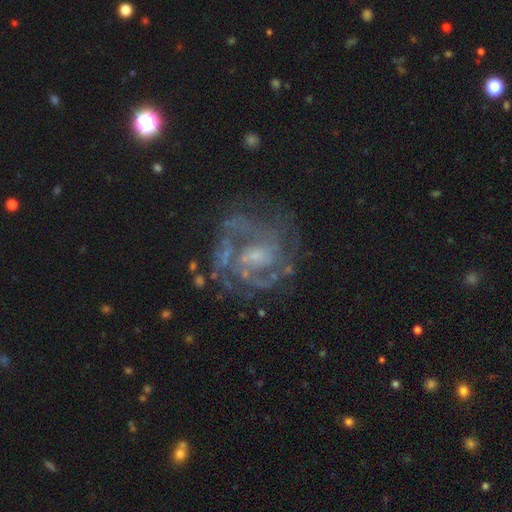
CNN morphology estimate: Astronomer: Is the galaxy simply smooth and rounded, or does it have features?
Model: featured or disk — 84%.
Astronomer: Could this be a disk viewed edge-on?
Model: no — 98%.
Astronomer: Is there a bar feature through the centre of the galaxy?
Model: weak — 45% (runner-up: no, 44%).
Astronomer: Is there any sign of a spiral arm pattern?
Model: yes — 88%.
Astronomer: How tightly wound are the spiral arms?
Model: medium — 44% (runner-up: tight, 43%).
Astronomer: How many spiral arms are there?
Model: can't tell — 30% (runner-up: 2, 28%).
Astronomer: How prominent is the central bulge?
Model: small — 49% (runner-up: moderate, 24%).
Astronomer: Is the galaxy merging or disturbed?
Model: none — 66%.